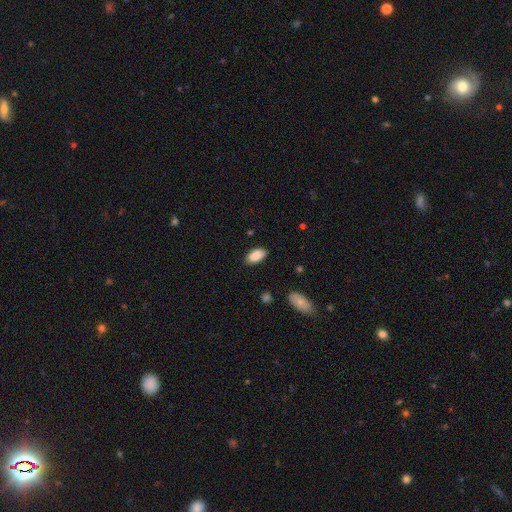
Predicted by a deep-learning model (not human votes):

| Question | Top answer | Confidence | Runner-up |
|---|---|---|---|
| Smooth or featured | smooth | 88% | star or artifact (7%) |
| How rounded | in between | 93% | cigar-shaped (4%) |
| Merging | none | 85% | minor disturbance (11%) |